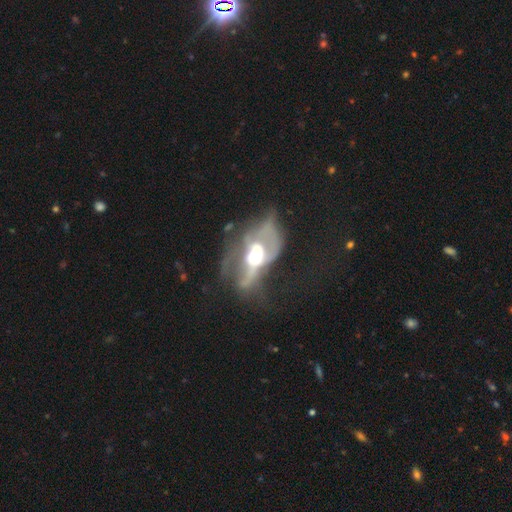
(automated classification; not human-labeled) This is likely a featured or disk galaxy (73%). It is clearly not viewed edge-on (89%). Bar: likely no (63%). Spiral arm pattern: possibly yes (50%, tied with no). Central bulge: possibly moderate (50%). Merging: possibly major disturbance (56%).